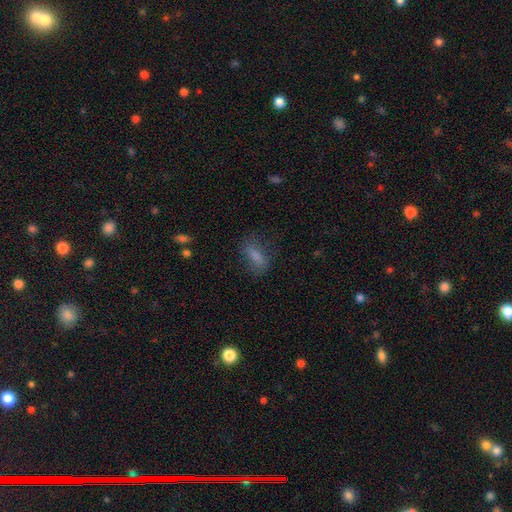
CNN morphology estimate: A smooth galaxy with no disk features (71%) that is in between round and cigar-shaped (60%).

Vote fractions:
- Smooth or featured? smooth: 71% / featured or disk: 15% / star or artifact: 14%
- How rounded? in between: 60% / cigar-shaped: 34% / round: 6%
- Merging? none: 73% / minor disturbance: 16% / major disturbance: 8% / merger: 2%